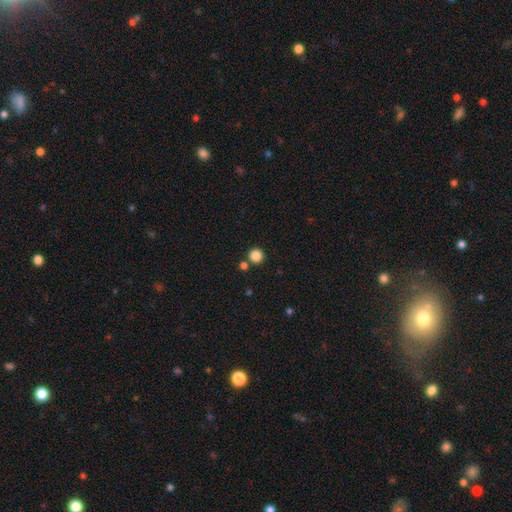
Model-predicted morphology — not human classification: smooth 86%, star or artifact 11%, featured or disk 4%. Down the decision tree: how rounded — round (94%); merging — none (81%).